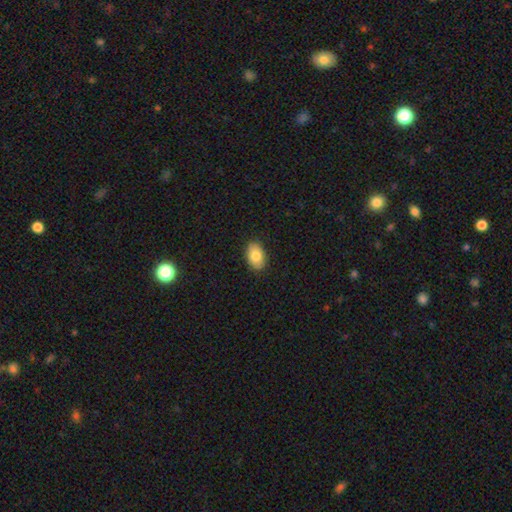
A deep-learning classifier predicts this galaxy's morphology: A smooth galaxy with no disk features (82%) that is in between round and cigar-shaped (90%). Merging: none (89%).